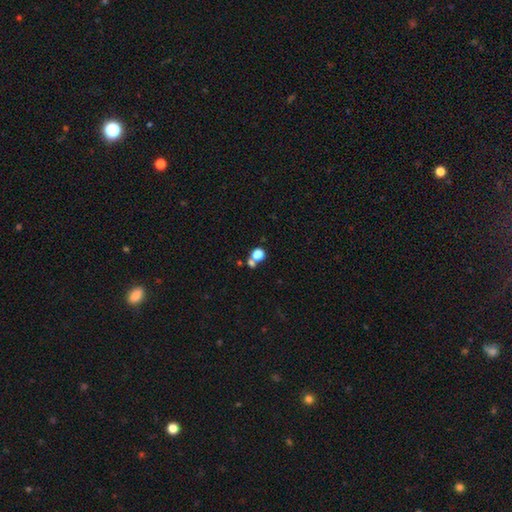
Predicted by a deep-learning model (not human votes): smooth 79%, star or artifact 13%, featured or disk 8%. Down the decision tree: how rounded — round (72%); merging — merger (45%).